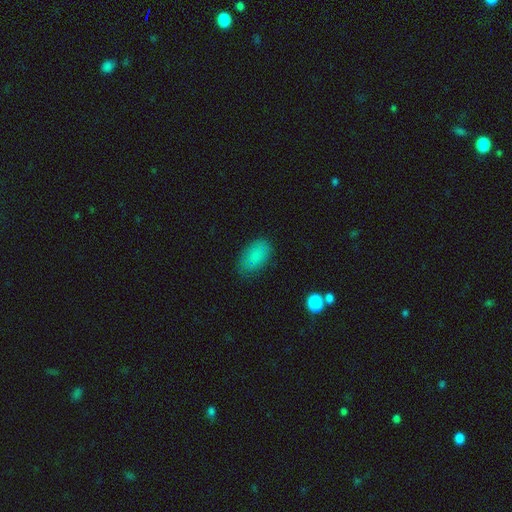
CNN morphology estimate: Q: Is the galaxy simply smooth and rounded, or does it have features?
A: smooth — 82%.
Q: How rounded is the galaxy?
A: in between — 91%.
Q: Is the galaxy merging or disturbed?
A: none — 76%.